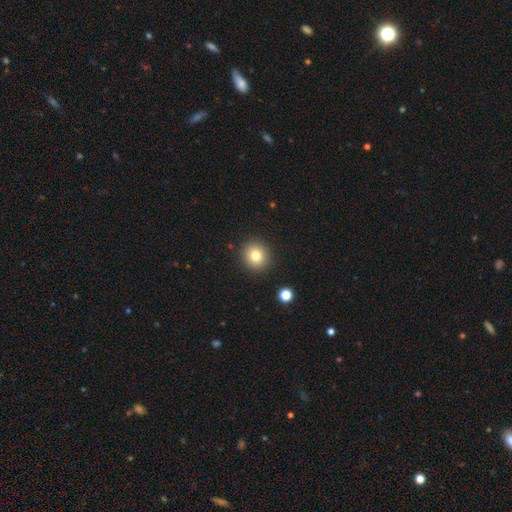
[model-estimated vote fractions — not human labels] Smooth or featured: smooth — 78% (star or artifact — 12%)
How rounded: round — 90% (in between — 9%)
Merging: none — 90% (minor disturbance — 6%)